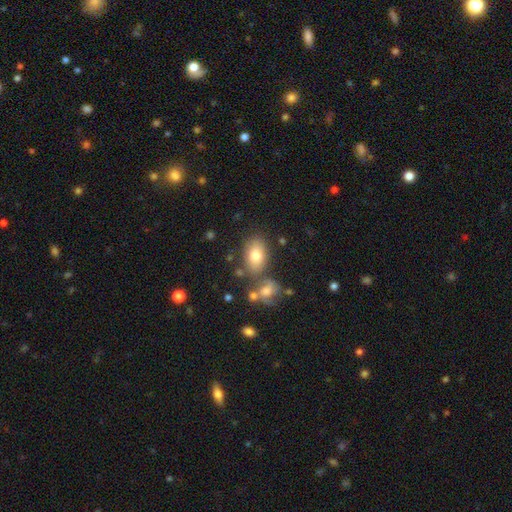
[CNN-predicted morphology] Smooth or featured? Predicted: smooth (p=0.76). How rounded? Predicted: in between (p=0.87). Merging? Predicted: none (p=0.69).